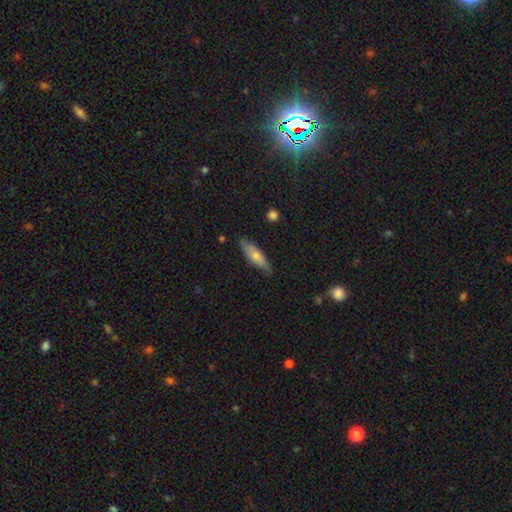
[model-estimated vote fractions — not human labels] Q: Smooth or featured?
A: smooth (59%); runner-up: featured or disk (35%)
Q: How rounded?
A: cigar-shaped (59%); runner-up: in between (39%)
Q: Merging?
A: none (77%); runner-up: minor disturbance (18%)